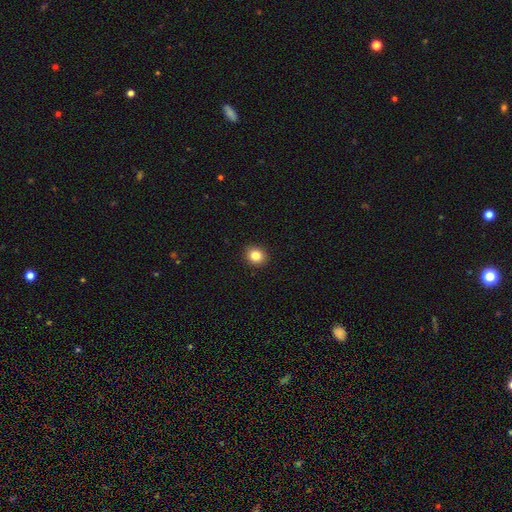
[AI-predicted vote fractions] Morphology: type=smooth (84%); roundness=round (74%); merging=none (92%).